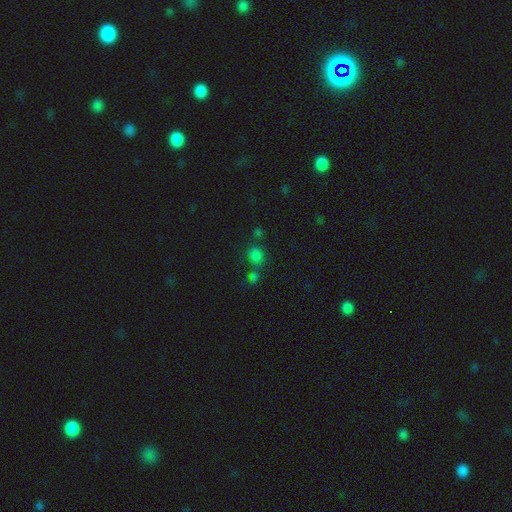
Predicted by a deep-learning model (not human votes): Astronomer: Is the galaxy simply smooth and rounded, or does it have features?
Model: smooth — 70%.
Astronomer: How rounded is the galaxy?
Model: round — 76%.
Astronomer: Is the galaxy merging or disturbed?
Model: none — 59%.